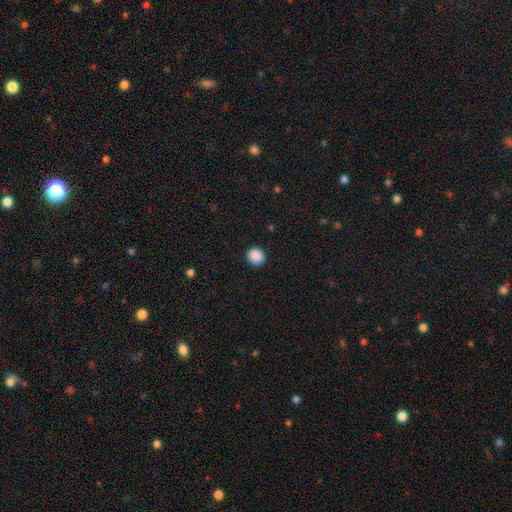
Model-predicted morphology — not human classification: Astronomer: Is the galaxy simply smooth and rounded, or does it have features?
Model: smooth — 89%.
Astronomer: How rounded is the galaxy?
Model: round — 78%.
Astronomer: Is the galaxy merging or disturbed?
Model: none — 90%.